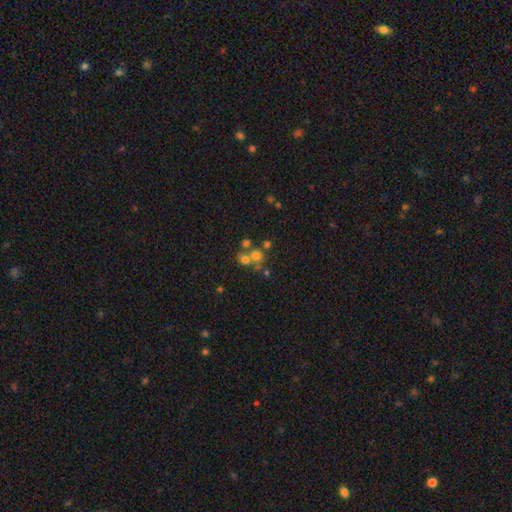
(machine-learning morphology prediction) Smooth or featured? Predicted: smooth (p=0.59). How rounded? Predicted: round (p=0.85). Merging? Predicted: none (p=0.46).